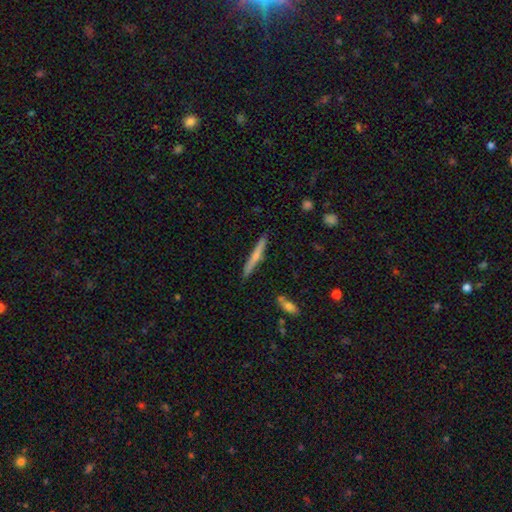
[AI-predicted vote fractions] featured or disk 48%, smooth 46%, star or artifact 6%. Down the decision tree: merging — none (87%).